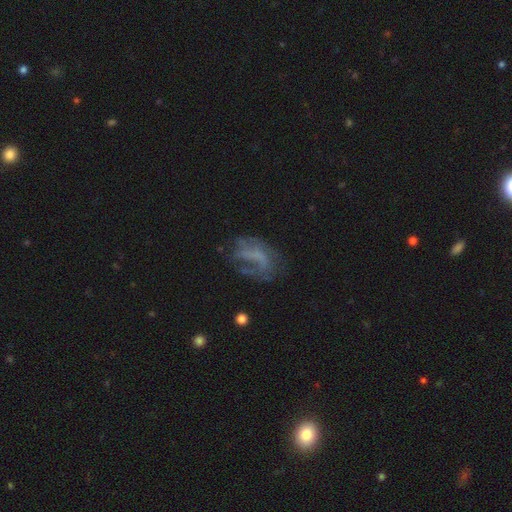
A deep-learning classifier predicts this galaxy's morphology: featured or disk 61%, smooth 25%, star or artifact 14%. Down the decision tree: edge-on disk — no (97%); bar — no (59%); spiral arms — yes (55%); bulge size — none (74%); merging — none (39%).